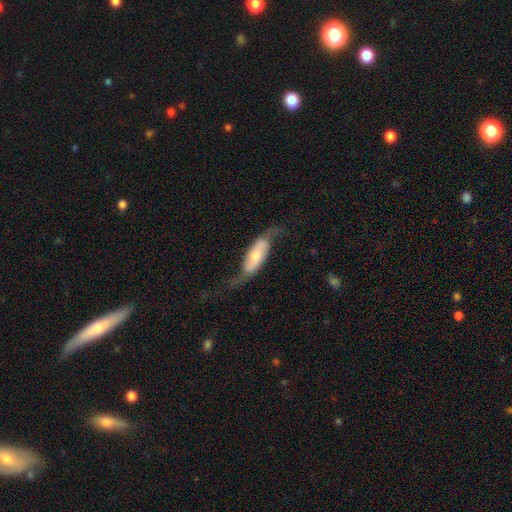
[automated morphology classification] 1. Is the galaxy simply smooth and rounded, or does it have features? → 64% featured or disk, 30% smooth, 6% star or artifact.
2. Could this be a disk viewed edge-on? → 79% no, 21% yes.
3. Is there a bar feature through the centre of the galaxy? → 47% no, 30% weak, 23% strong.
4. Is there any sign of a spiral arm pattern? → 83% yes, 17% no.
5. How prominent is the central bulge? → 54% moderate, 32% small, 9% large, 3% none, 2% dominant.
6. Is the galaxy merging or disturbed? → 52% none, 24% major disturbance, 22% minor disturbance, 2% merger.